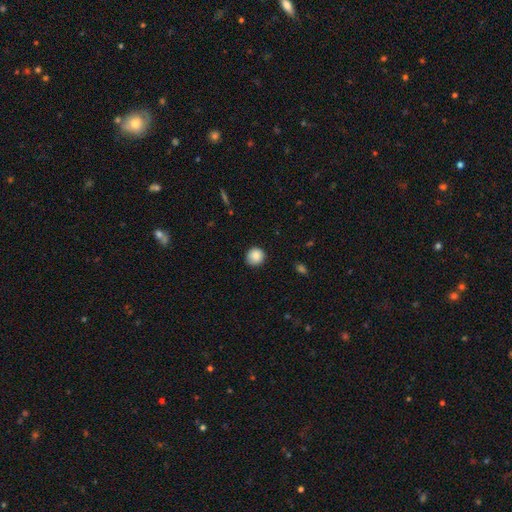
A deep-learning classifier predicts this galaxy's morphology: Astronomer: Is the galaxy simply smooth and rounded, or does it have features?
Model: smooth — 88%.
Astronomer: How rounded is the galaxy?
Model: round — 93%.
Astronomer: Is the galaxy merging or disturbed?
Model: none — 89%.